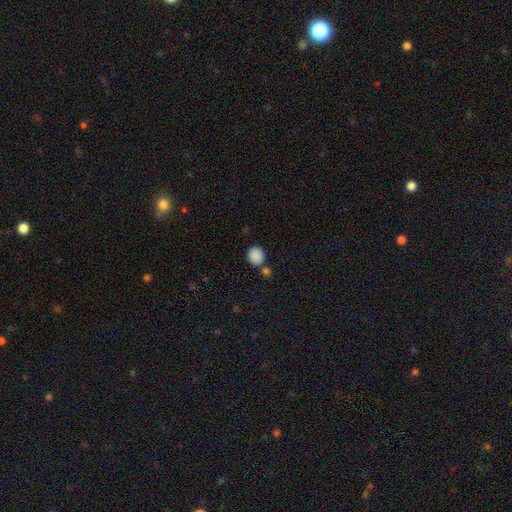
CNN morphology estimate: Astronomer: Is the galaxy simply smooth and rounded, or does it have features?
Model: smooth — 88%.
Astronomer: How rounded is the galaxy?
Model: round — 81%.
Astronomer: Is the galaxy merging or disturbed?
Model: none — 70%.